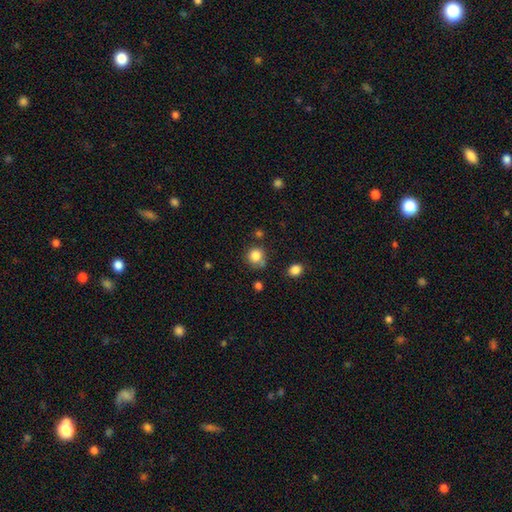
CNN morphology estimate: Smooth or featured: smooth — 84% (star or artifact — 11%)
How rounded: round — 88% (in between — 11%)
Merging: none — 71% (minor disturbance — 17%)